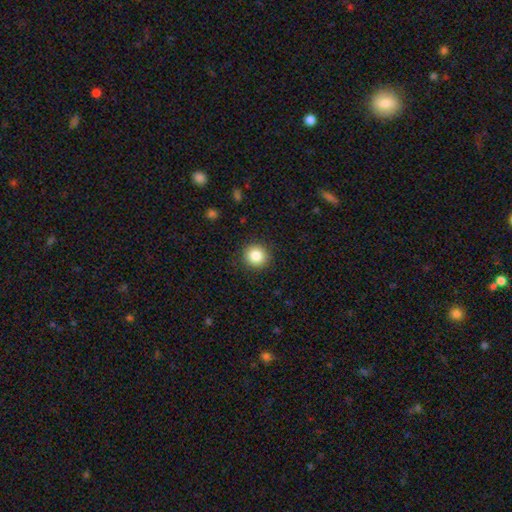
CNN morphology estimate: Smooth or featured? smooth (85%)
How rounded? round (92%)
Merging? none (90%)